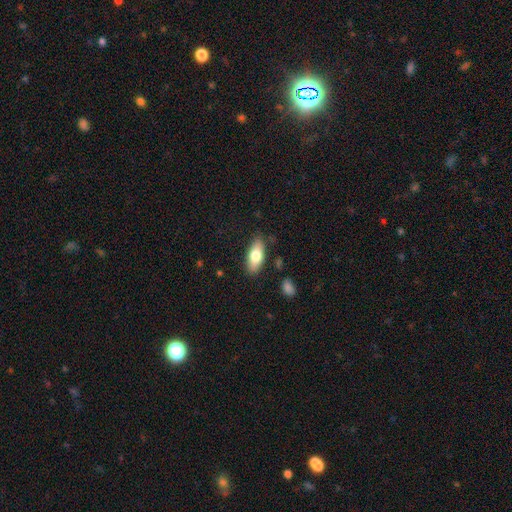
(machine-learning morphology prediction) Smooth or featured: smooth — 74% (featured or disk — 20%)
How rounded: in between — 82% (cigar-shaped — 15%)
Merging: none — 83% (minor disturbance — 12%)